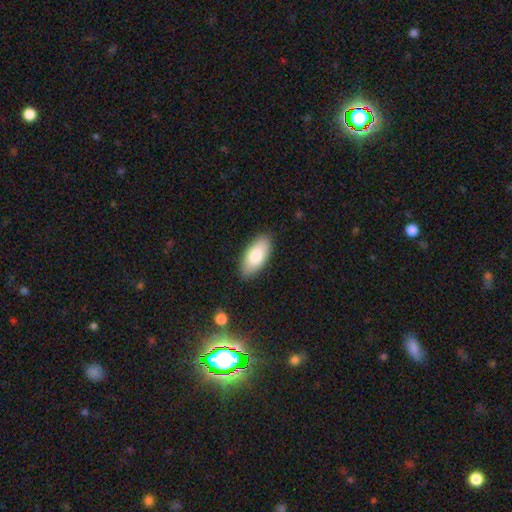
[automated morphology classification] Overall: smooth (81%). How rounded: in between (89%). Merging: none (87%).